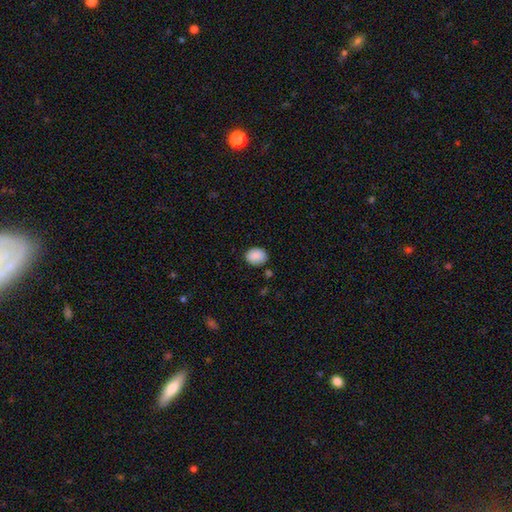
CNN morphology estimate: type=smooth (89%); roundness=in between (52%); merging=none (83%).